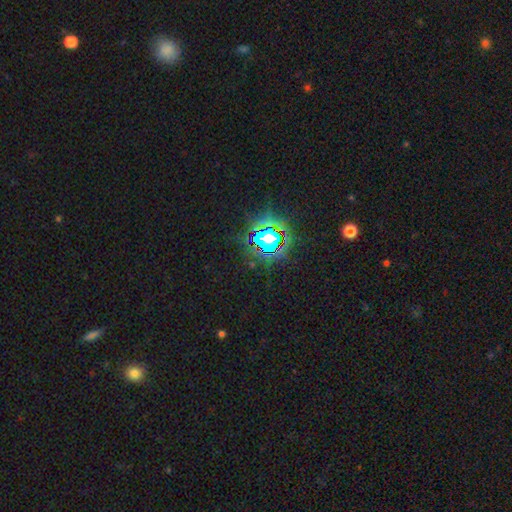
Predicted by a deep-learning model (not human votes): star or artifact 81%, smooth 12%, featured or disk 7%.